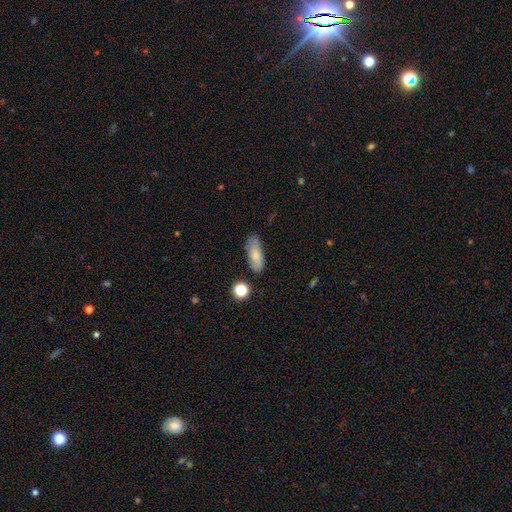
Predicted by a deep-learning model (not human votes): Smooth or featured: smooth — 74% (featured or disk — 18%)
How rounded: in between — 73% (cigar-shaped — 24%)
Merging: none — 71% (minor disturbance — 21%)